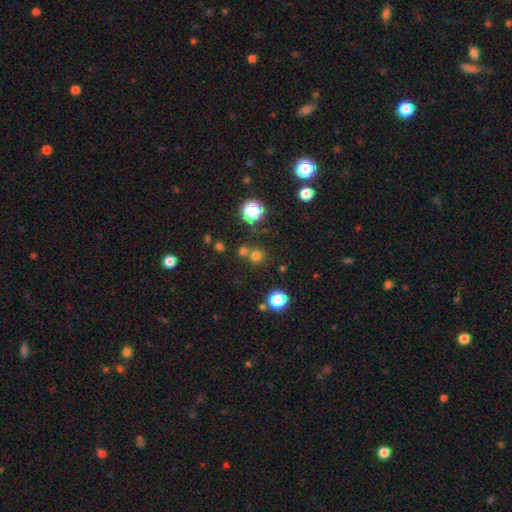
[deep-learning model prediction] Smooth or featured?
  - smooth: 67% *
  - star or artifact: 26%
  - featured or disk: 7%
How rounded?
  - round: 91% *
  - in between: 8%
  - cigar-shaped: 1%
Merging?
  - none: 65% *
  - merger: 25%
  - minor disturbance: 7%
  - major disturbance: 3%